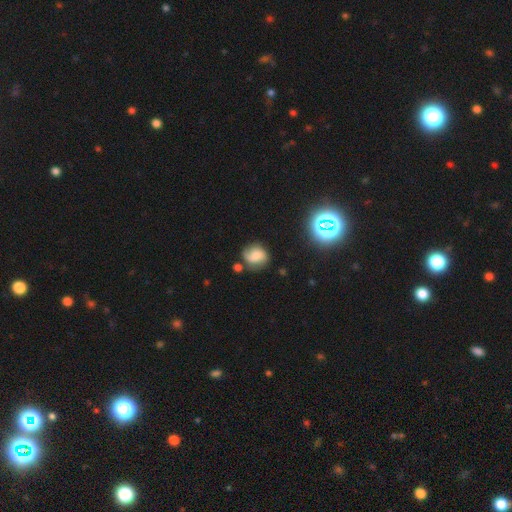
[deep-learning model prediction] Overall: smooth (50%; featured or disk 37%). Merging: none (63%).